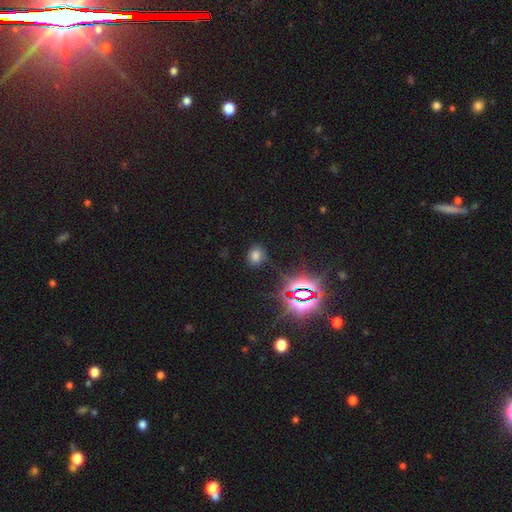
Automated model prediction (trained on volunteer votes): A smooth galaxy with no disk features (65%) that is round (59%).

Vote fractions:
- Smooth or featured? smooth: 65% / star or artifact: 28% / featured or disk: 7%
- How rounded? round: 59% / in between: 40% / cigar-shaped: 1%
- Merging? none: 79% / minor disturbance: 14% / major disturbance: 4% / merger: 2%